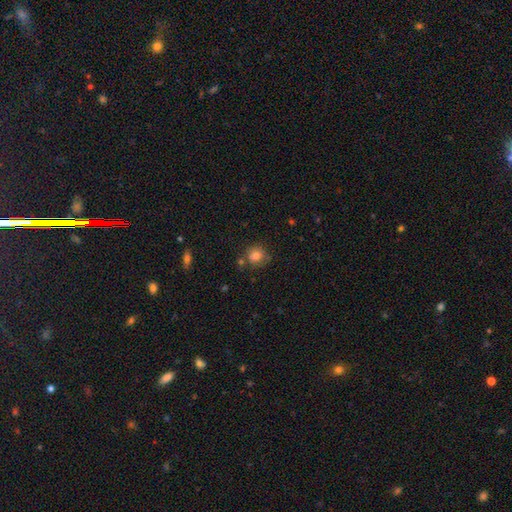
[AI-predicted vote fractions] The model was most divided on "merging": none: 70%, minor disturbance: 15%, merger: 11%, major disturbance: 4%. More confident: how rounded — round (83%); smooth or featured — smooth (80%).